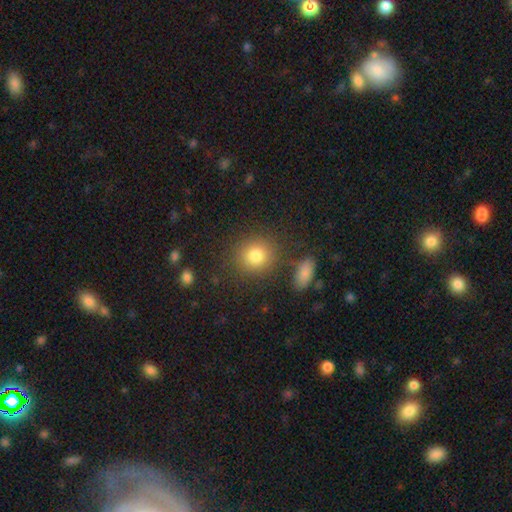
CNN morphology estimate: Smooth or featured: smooth — 80% (star or artifact — 12%)
How rounded: round — 85% (in between — 13%)
Merging: none — 82% (minor disturbance — 9%)